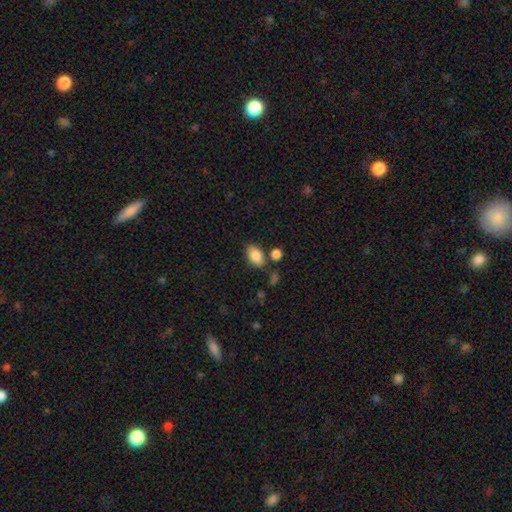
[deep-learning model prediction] Smooth or featured?
  - smooth: 86% *
  - star or artifact: 8%
  - featured or disk: 7%
How rounded?
  - in between: 89% *
  - round: 10%
  - cigar-shaped: 2%
Merging?
  - none: 73% *
  - minor disturbance: 13%
  - merger: 10%
  - major disturbance: 4%